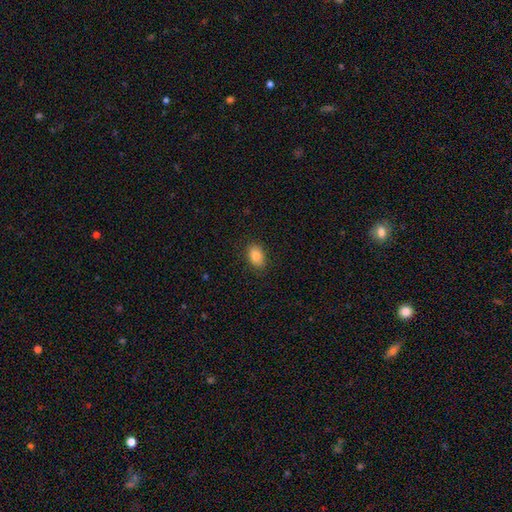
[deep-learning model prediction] Smooth or featured? Predicted: smooth (p=0.85). How rounded? Predicted: in between (p=0.86). Merging? Predicted: none (p=0.84).